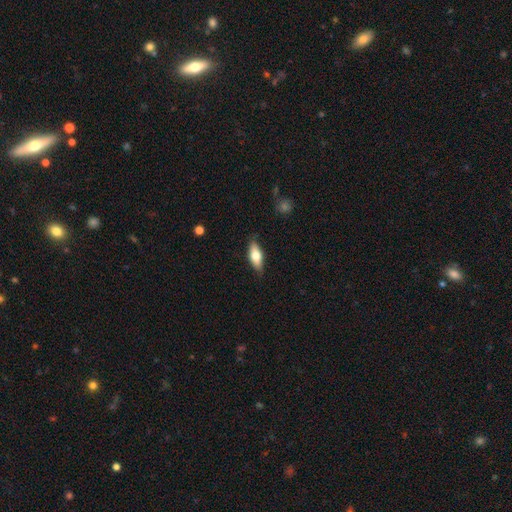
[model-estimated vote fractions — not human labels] The model was most divided on "smooth or featured": smooth: 65%, featured or disk: 29%, star or artifact: 6%. More confident: merging — none (83%); how rounded — in between (73%).